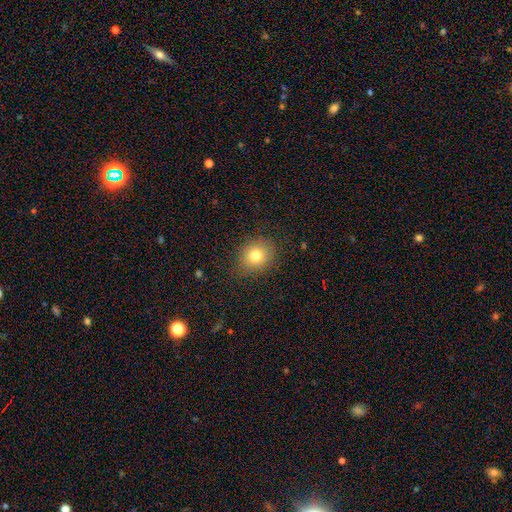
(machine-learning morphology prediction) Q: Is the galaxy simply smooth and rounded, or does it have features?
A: smooth — 79%.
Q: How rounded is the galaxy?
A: round — 68%.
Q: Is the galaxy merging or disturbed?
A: none — 85%.